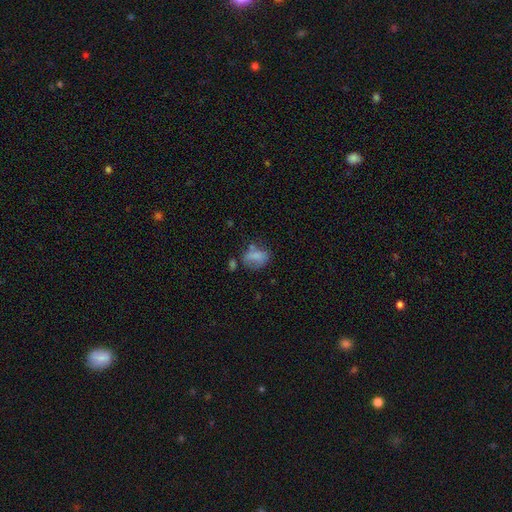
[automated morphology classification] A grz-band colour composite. It shows a smooth galaxy with no disk features (72%) that is in between round and cigar-shaped (70%). Merging: none (44%).